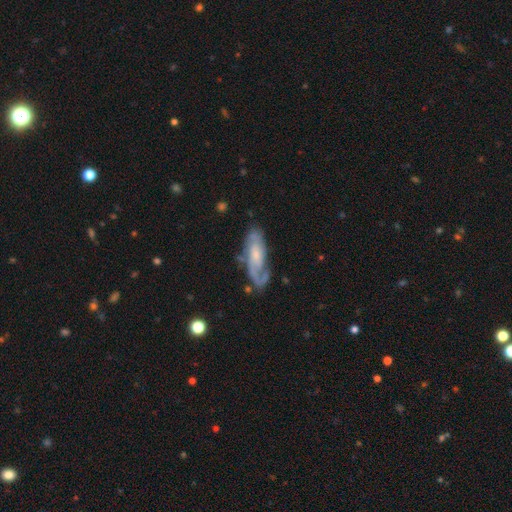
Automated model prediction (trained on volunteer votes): Smooth or featured? featured or disk (76%)
Edge-on disk? no (89%)
Bar? no (57%)
Spiral arms? yes (92%)
Spiral winding? medium (43%)
Spiral arm count? 2 (52%)
Bulge size? small (42%)
Merging? none (62%)